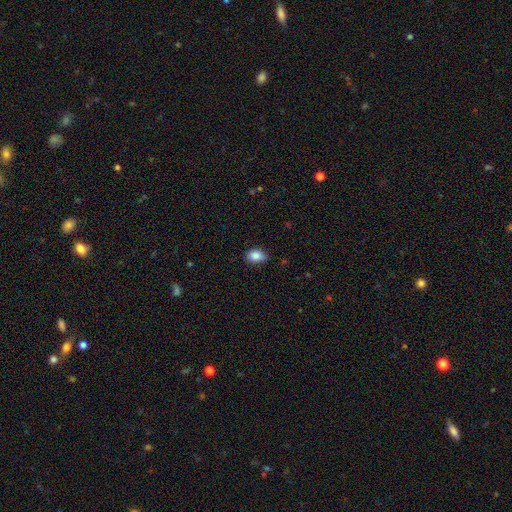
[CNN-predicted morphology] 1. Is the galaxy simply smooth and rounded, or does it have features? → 86% smooth, 9% star or artifact, 5% featured or disk.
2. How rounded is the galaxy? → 80% in between, 19% round, 1% cigar-shaped.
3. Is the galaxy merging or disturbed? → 76% none, 19% minor disturbance, 3% major disturbance, 1% merger.